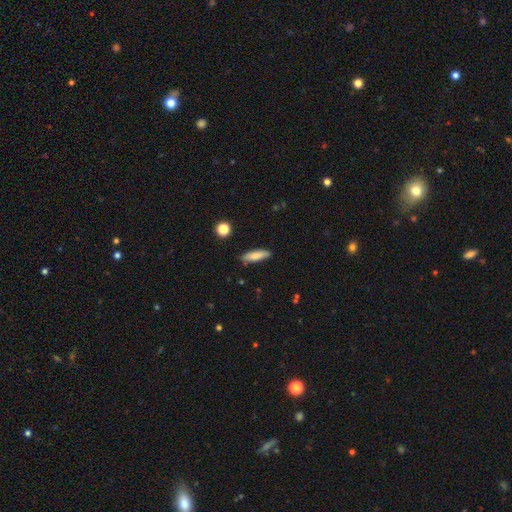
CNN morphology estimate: smooth 79%, featured or disk 14%, star or artifact 7%. Down the decision tree: how rounded — cigar-shaped (64%); merging — none (85%).